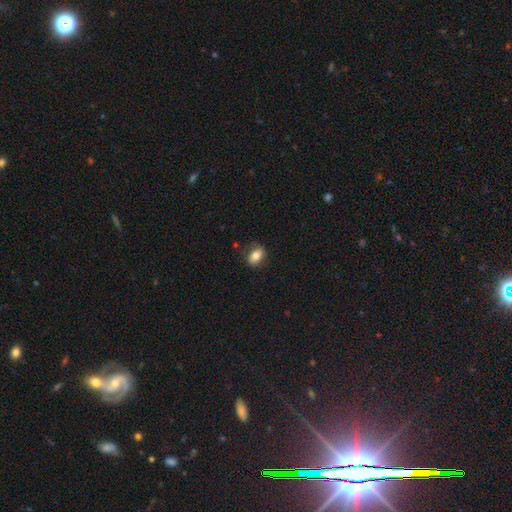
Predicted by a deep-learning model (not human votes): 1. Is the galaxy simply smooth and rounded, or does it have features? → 77% smooth, 15% featured or disk, 8% star or artifact.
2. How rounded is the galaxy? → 82% in between, 15% round, 3% cigar-shaped.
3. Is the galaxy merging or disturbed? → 75% none, 18% minor disturbance, 5% major disturbance, 2% merger.